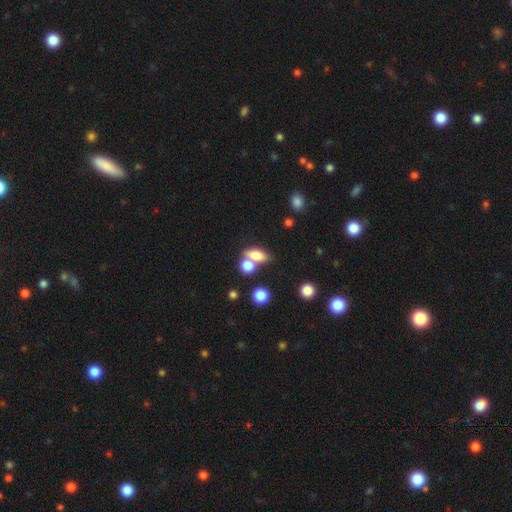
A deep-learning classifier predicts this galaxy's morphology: Smooth or featured? Predicted: smooth (p=0.74). How rounded? Predicted: in between (p=0.73). Merging? Predicted: merger (p=0.44).